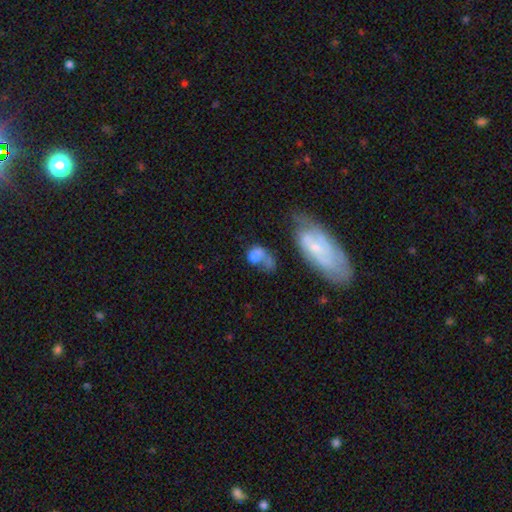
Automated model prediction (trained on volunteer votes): This is possibly a smooth galaxy (53%). How rounded: likely in between (63%). Merging: marginally major disturbance (32%, tied with merger).